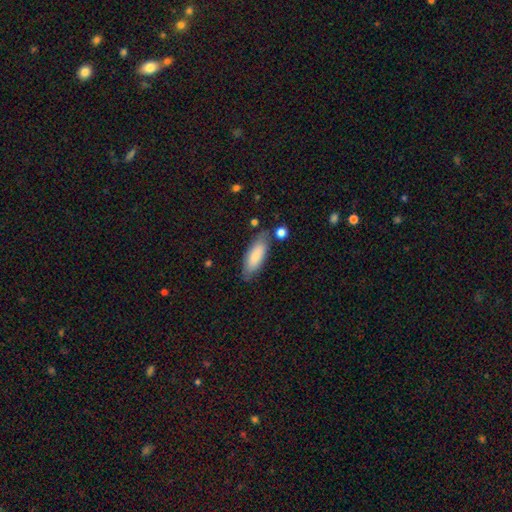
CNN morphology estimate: type=smooth (81%); roundness=in between (69%); merging=none (72%).